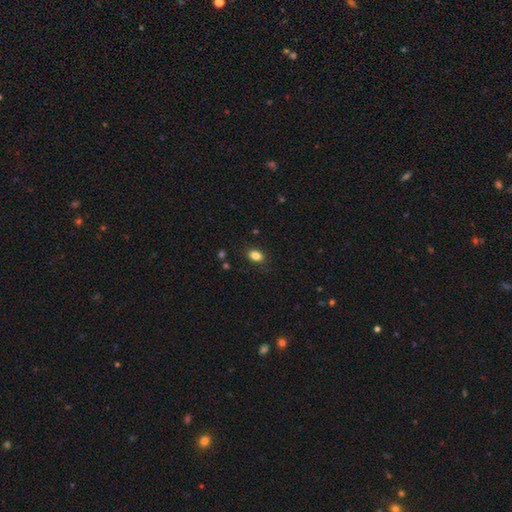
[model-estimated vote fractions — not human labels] Smooth or featured? Predicted: smooth (p=0.84). How rounded? Predicted: in between (p=0.79). Merging? Predicted: none (p=0.86).